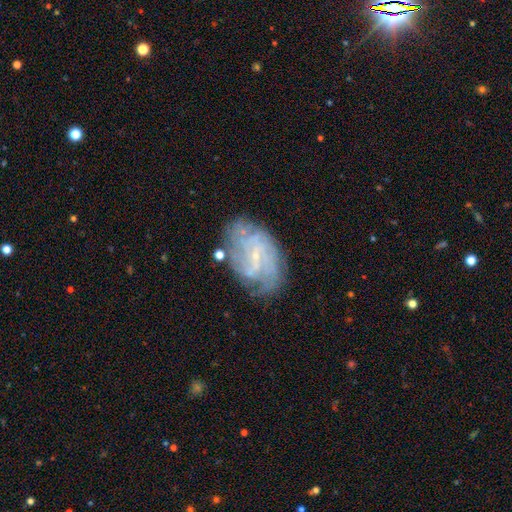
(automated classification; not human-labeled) Smooth or featured?
  - featured or disk: 75% *
  - smooth: 16%
  - star or artifact: 9%
Edge-on disk?
  - no: 96% *
  - yes: 4%
Bar?
  - weak: 50% *
  - no: 34%
  - strong: 16%
Spiral arms?
  - yes: 83% *
  - no: 17%
Spiral winding?
  - tight: 48% *
  - medium: 33%
  - loose: 18%
Spiral arm count?
  - can't tell: 50% *
  - 2: 15%
  - 4: 12%
  - 3: 10%
  - more than 4: 7%
  - 1: 5%
Bulge size?
  - small: 78% *
  - none: 11%
  - moderate: 9%
  - large: 1%
  - dominant: 1%
Merging?
  - none: 67% *
  - minor disturbance: 21%
  - major disturbance: 9%
  - merger: 3%